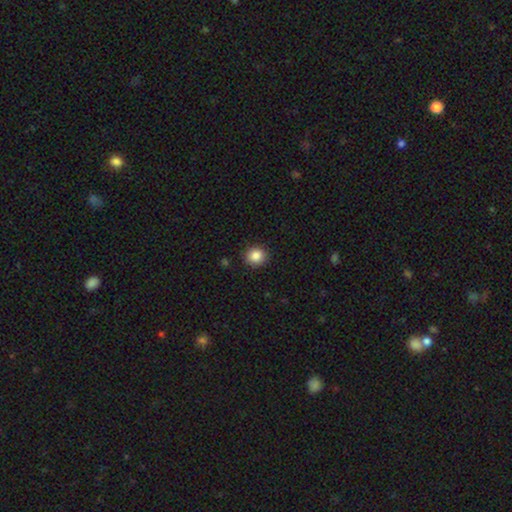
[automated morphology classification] A smooth galaxy with no disk features (86%) that is round (86%).

Vote fractions:
- Smooth or featured? smooth: 86% / star or artifact: 10% / featured or disk: 4%
- How rounded? round: 86% / in between: 13% / cigar-shaped: 1%
- Merging? none: 89% / minor disturbance: 7% / major disturbance: 2% / merger: 1%